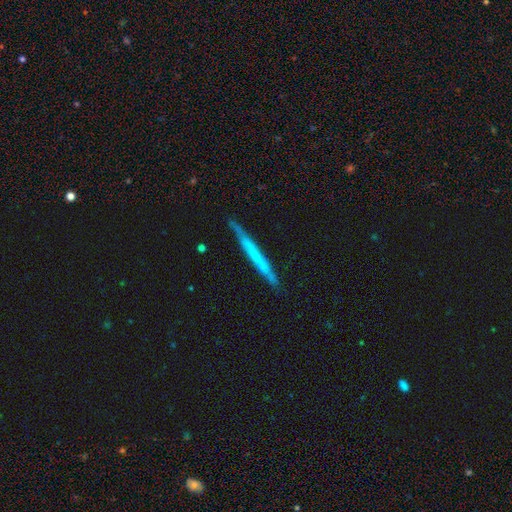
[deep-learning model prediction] The model was most divided on "smooth or featured": featured or disk: 53%, smooth: 41%, star or artifact: 7%. More confident: edge-on disk — yes (94%); merging — none (83%).